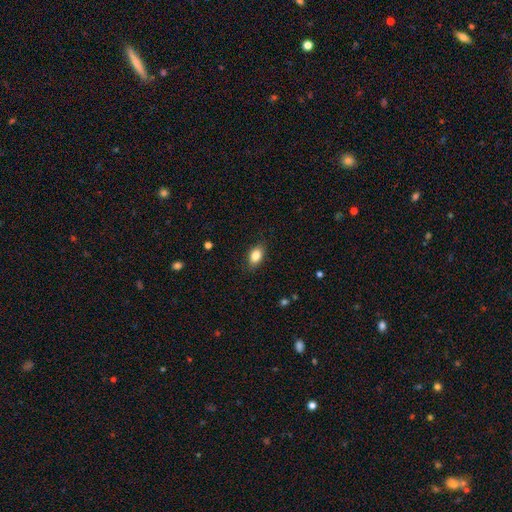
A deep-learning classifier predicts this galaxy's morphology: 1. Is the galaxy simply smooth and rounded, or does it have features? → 85% smooth, 8% star or artifact, 7% featured or disk.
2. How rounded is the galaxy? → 85% in between, 13% round, 2% cigar-shaped.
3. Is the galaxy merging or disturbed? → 85% none, 12% minor disturbance, 3% major disturbance, 1% merger.